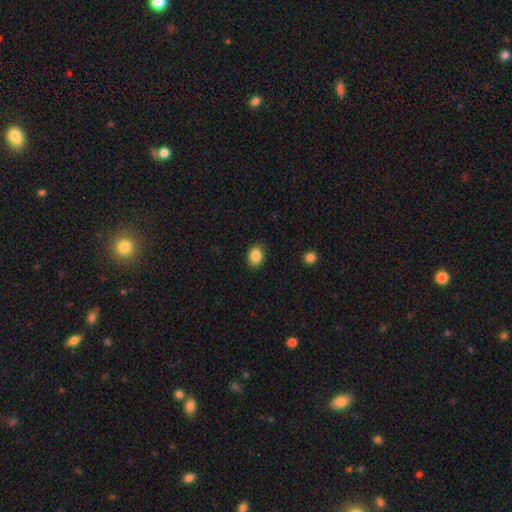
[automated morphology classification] Q: Smooth or featured?
A: smooth (87%); runner-up: star or artifact (9%)
Q: How rounded?
A: in between (62%); runner-up: round (37%)
Q: Merging?
A: none (88%); runner-up: minor disturbance (9%)